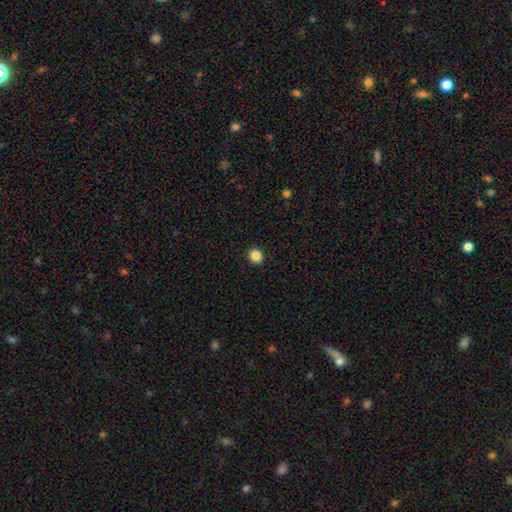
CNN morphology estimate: This appears to be a smooth galaxy with no disk features (86%) that is round (88%). Merging: none (93%).